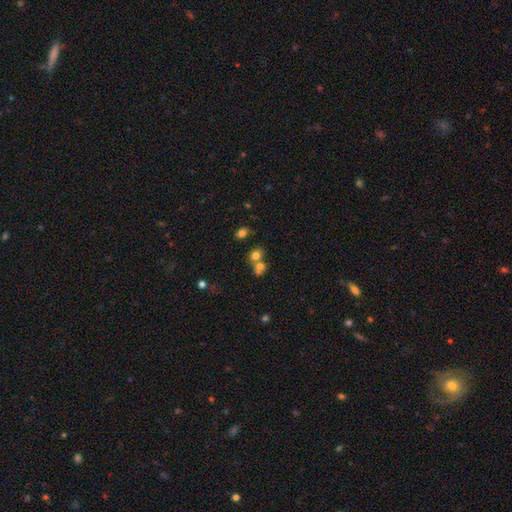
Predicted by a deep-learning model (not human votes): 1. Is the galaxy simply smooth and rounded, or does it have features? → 70% smooth, 15% featured or disk, 15% star or artifact.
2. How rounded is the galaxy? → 64% round, 35% in between, 1% cigar-shaped.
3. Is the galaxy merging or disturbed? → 53% merger, 36% none, 7% minor disturbance, 4% major disturbance.